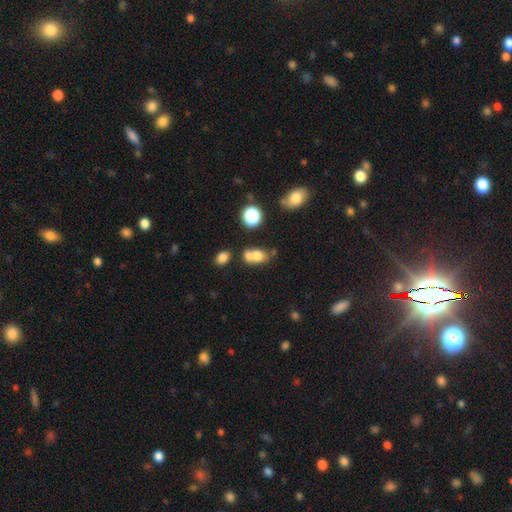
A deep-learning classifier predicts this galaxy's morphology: A smooth galaxy with no disk features (72%) that is in between round and cigar-shaped (64%). Merging: merger (51%).